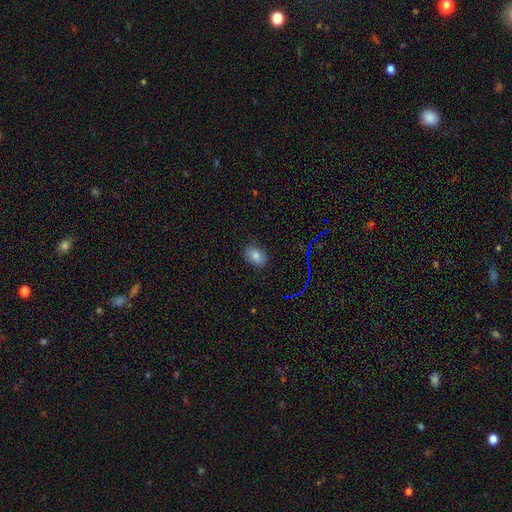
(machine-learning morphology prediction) smooth_or_featured: smooth (p=0.79) [alt: star or artifact p=0.12]
how_rounded: in between (p=0.84) [alt: round p=0.15]
merging: none (p=0.85) [alt: minor disturbance p=0.11]